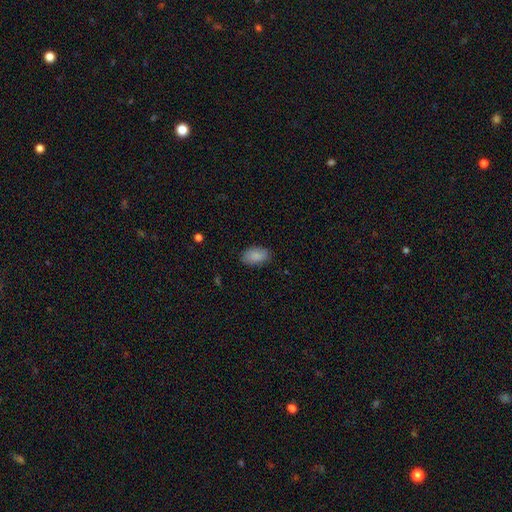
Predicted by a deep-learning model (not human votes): Smooth or featured: smooth — 88% (star or artifact — 7%)
How rounded: in between — 93% (round — 5%)
Merging: none — 84% (minor disturbance — 12%)